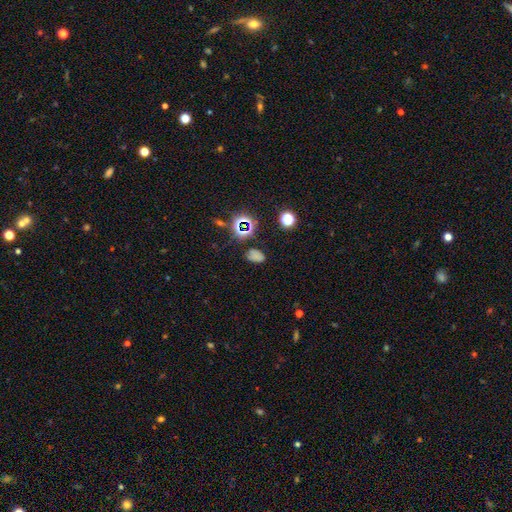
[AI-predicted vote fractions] The model was most divided on "smooth or featured": smooth: 57%, star or artifact: 35%, featured or disk: 8%. More confident: how rounded — in between (80%); merging — none (71%).